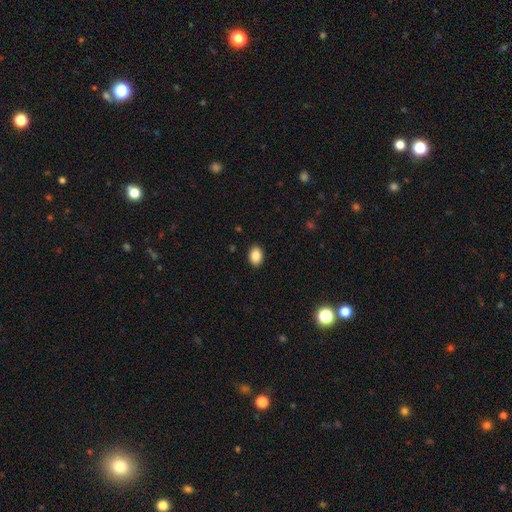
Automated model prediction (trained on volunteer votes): A smooth galaxy with no disk features (86%) that is in between round and cigar-shaped (75%). Merging: none (90%).